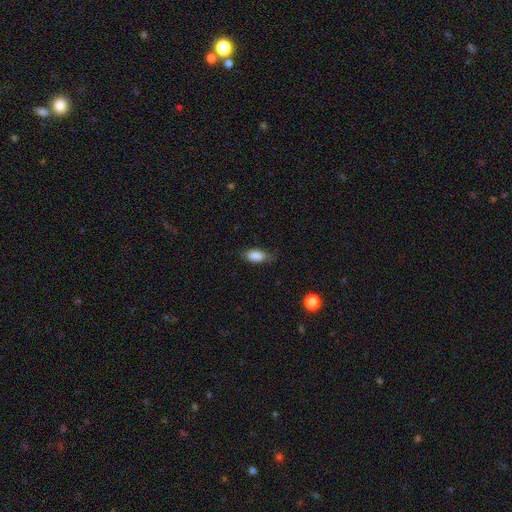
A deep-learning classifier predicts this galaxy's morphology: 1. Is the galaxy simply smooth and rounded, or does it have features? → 86% smooth, 8% star or artifact, 6% featured or disk.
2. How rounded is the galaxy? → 87% in between, 9% cigar-shaped, 5% round.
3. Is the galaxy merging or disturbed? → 66% none, 26% minor disturbance, 6% major disturbance, 1% merger.